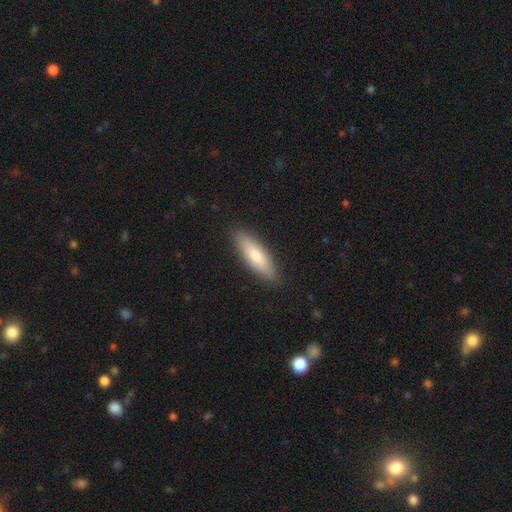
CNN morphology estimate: Smooth or featured? smooth (79%)
How rounded? cigar-shaped (59%)
Merging? none (89%)